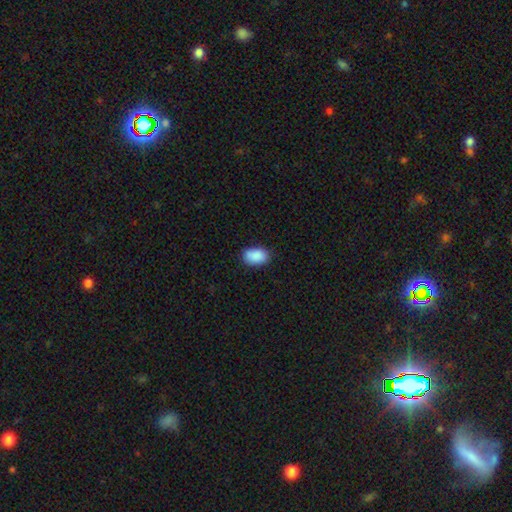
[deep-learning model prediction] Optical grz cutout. It shows a smooth galaxy with no disk features (90%) that is in between round and cigar-shaped (91%). Merging: none (84%).